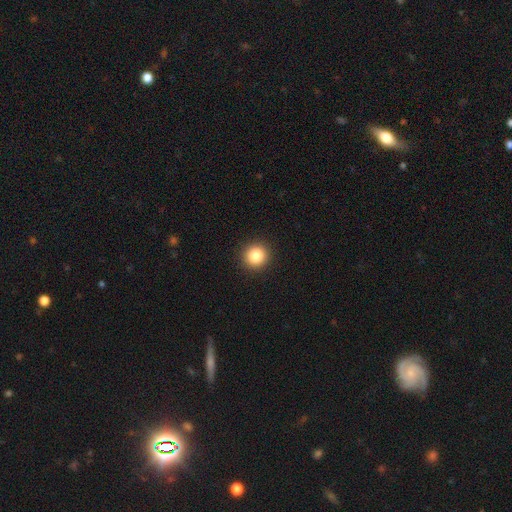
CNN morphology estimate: smooth 85%, star or artifact 10%, featured or disk 5%. Down the decision tree: how rounded — round (93%); merging — none (93%).